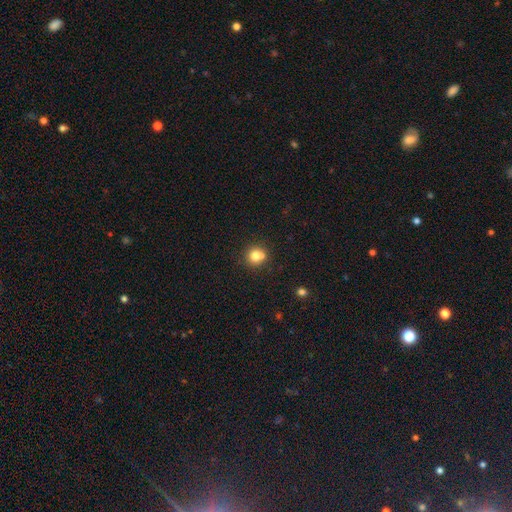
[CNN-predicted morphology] A smooth galaxy with no disk features (76%) that is round (89%).

Vote fractions:
- Smooth or featured? smooth: 76% / star or artifact: 12% / featured or disk: 12%
- How rounded? round: 89% / in between: 10% / cigar-shaped: 1%
- Merging? none: 57% / merger: 31% / minor disturbance: 9% / major disturbance: 3%